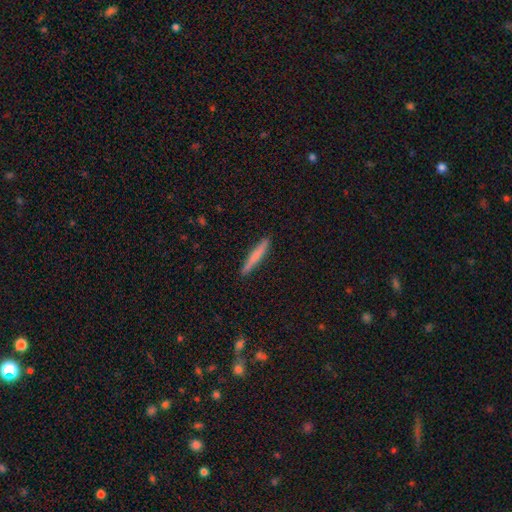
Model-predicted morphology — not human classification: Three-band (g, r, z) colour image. It shows a smooth galaxy with no disk features (65%) that is cigar-shaped (95%). Merging: none (91%).